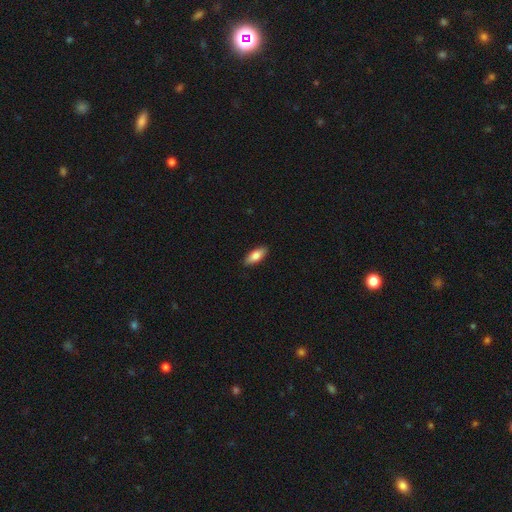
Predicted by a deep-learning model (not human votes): Smooth or featured: smooth — 81% (featured or disk — 13%)
How rounded: in between — 80% (cigar-shaped — 17%)
Merging: none — 89% (minor disturbance — 8%)